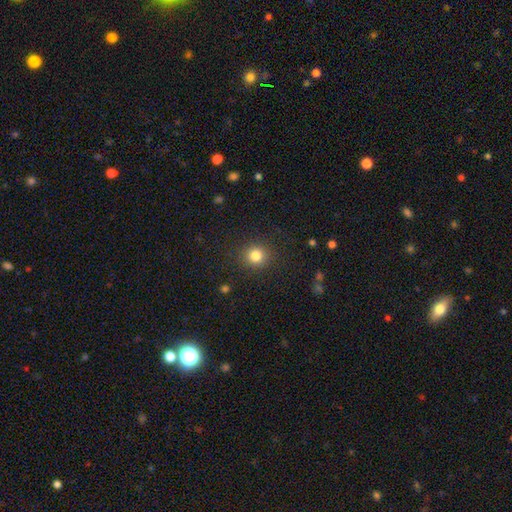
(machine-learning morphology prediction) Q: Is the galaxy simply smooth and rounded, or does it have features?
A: smooth — 82%.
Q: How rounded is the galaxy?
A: round — 87%.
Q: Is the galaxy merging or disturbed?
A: none — 89%.